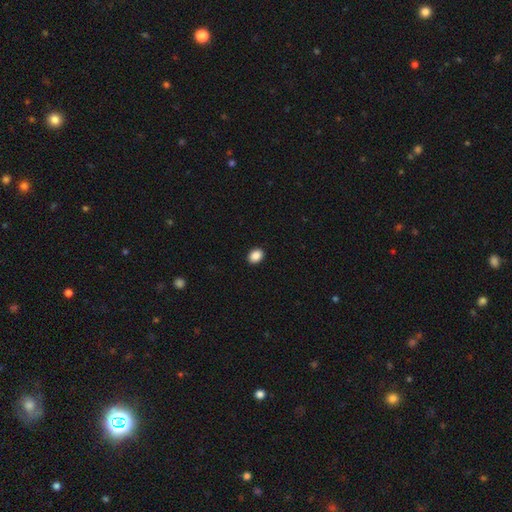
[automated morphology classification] type=smooth (89%); roundness=in between (67%); merging=none (91%).